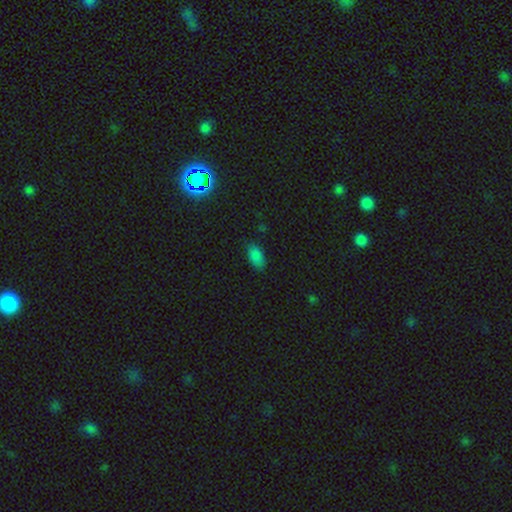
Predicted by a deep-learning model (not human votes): Q: Smooth or featured?
A: smooth (82%); runner-up: star or artifact (14%)
Q: How rounded?
A: in between (93%); runner-up: round (4%)
Q: Merging?
A: none (80%); runner-up: minor disturbance (16%)